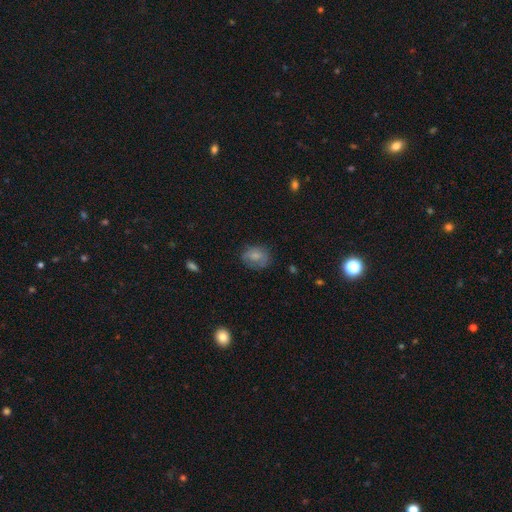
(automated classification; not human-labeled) Morphology: type=smooth (70%); roundness=in between (59%); merging=none (63%).